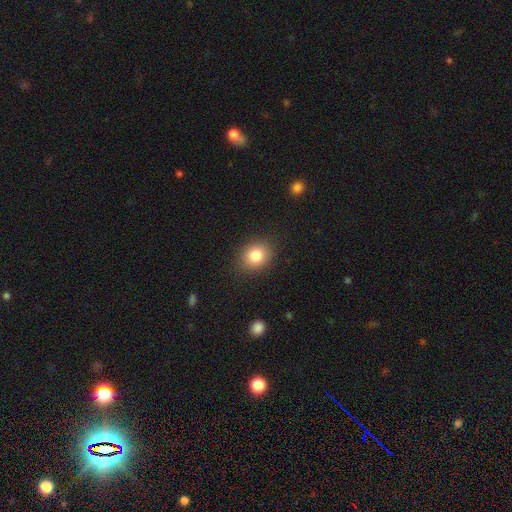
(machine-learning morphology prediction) smooth-or-featured: smooth: 83% | star or artifact: 10% | featured or disk: 7%
  how-rounded: round: 62% | in between: 37% | cigar-shaped: 1%
  merging: none: 87% | minor disturbance: 9% | major disturbance: 3% | merger: 1%